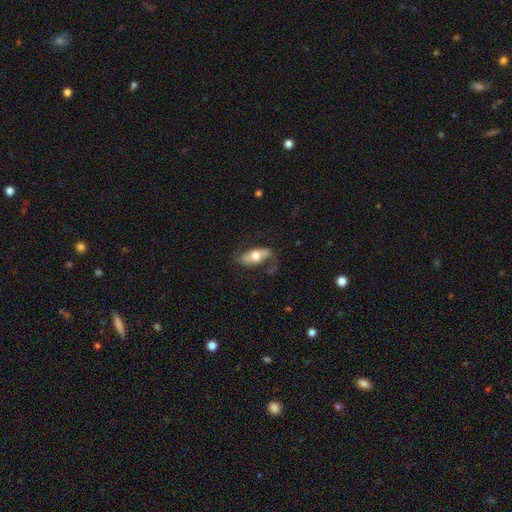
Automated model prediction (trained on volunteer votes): The model was most divided on "smooth or featured": smooth: 52%, featured or disk: 41%, star or artifact: 6%. More confident: how rounded — in between (82%); merging — none (64%).